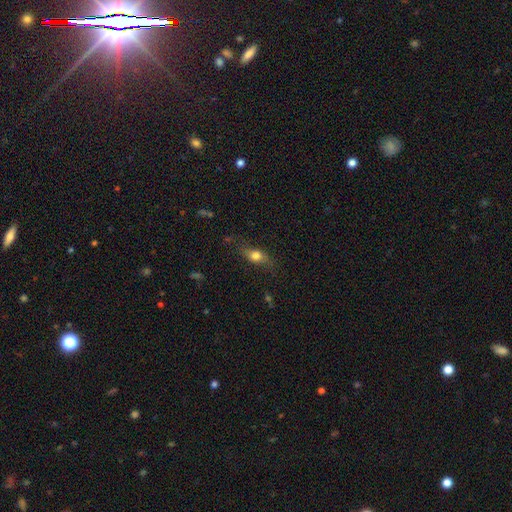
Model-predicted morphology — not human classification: Q: Smooth or featured?
A: smooth (67%); runner-up: featured or disk (24%)
Q: How rounded?
A: in between (65%); runner-up: cigar-shaped (21%)
Q: Merging?
A: none (71%); runner-up: minor disturbance (20%)